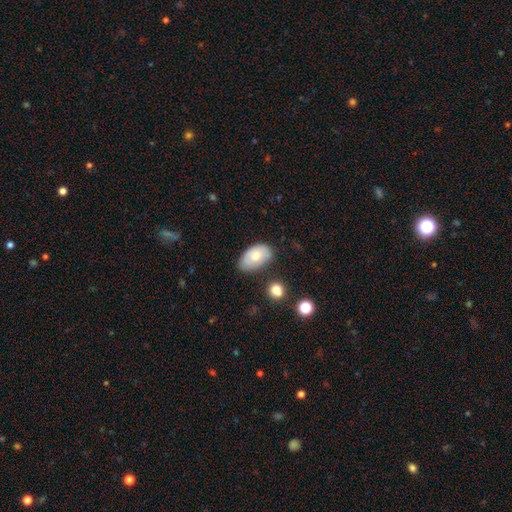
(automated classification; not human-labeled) Morphology: type=smooth (69%); roundness=in between (91%); merging=none (61%).